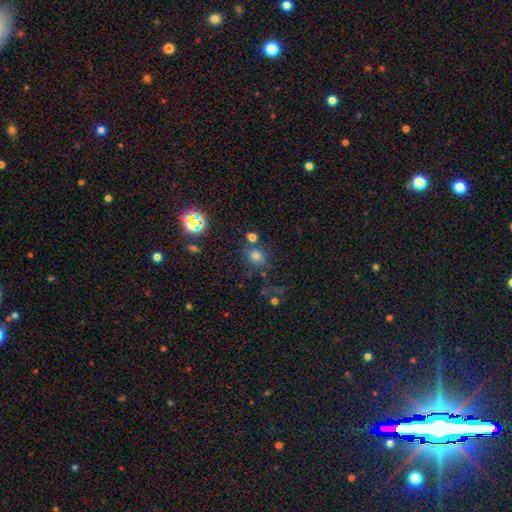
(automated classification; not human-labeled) Smooth or featured? smooth (70%)
How rounded? round (76%)
Merging? none (64%)